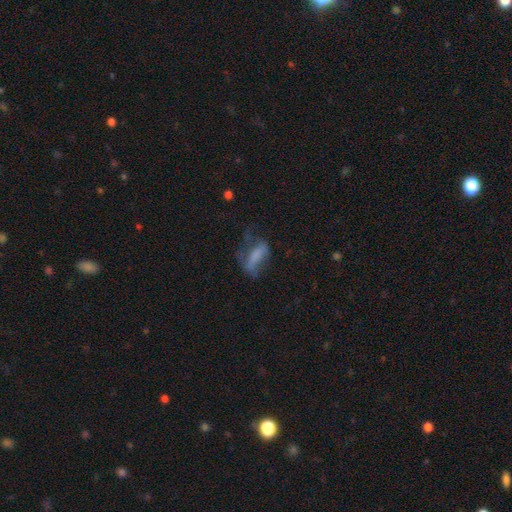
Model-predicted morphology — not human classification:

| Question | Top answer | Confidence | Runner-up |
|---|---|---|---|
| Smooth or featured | smooth | 50% | featured or disk (37%) |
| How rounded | in between | 72% | cigar-shaped (23%) |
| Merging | major disturbance | 43% | none (30%) |